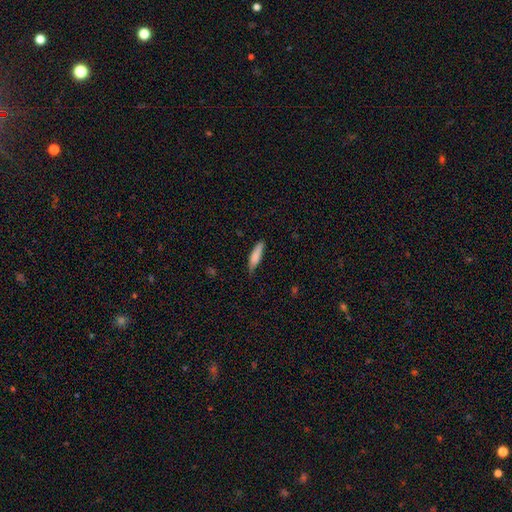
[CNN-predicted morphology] A smooth galaxy with no disk features (80%) that is cigar-shaped (71%). Merging: none (69%).